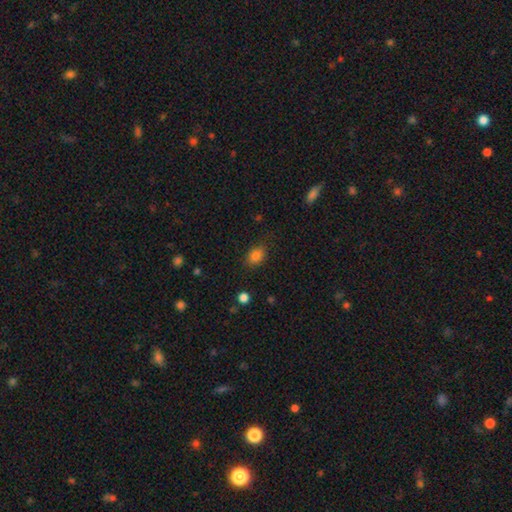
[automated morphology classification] A smooth galaxy with no disk features (84%) that is in between round and cigar-shaped (73%).

Vote fractions:
- Smooth or featured? smooth: 84% / star or artifact: 11% / featured or disk: 5%
- How rounded? in between: 73% / round: 26% / cigar-shaped: 1%
- Merging? none: 78% / minor disturbance: 16% / major disturbance: 4% / merger: 1%